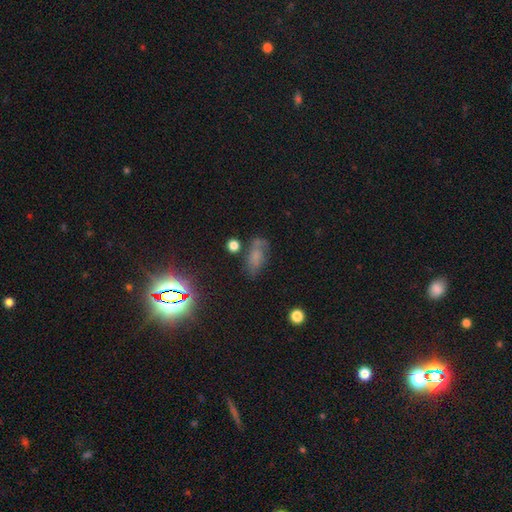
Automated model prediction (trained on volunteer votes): The model was most divided on "smooth or featured": smooth: 49%, star or artifact: 26%, featured or disk: 25%. More confident: merging — none (50%).